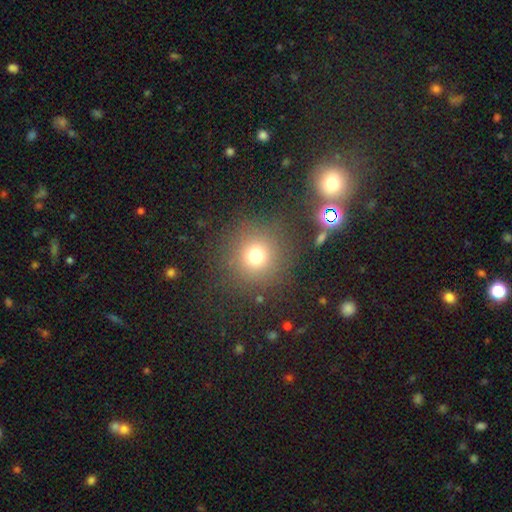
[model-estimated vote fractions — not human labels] Q: Smooth or featured?
A: smooth (73%); runner-up: star or artifact (18%)
Q: How rounded?
A: round (93%); runner-up: in between (6%)
Q: Merging?
A: none (84%); runner-up: minor disturbance (8%)